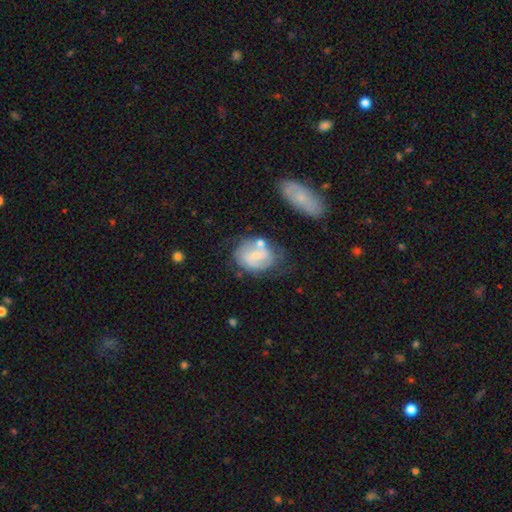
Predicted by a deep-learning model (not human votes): This appears to be a featured or disk galaxy (66%) with a weak bar (46%), 2 (67%) medium (43%) spiral arms (83%) and a small central bulge (64%). Merging: none (53%).